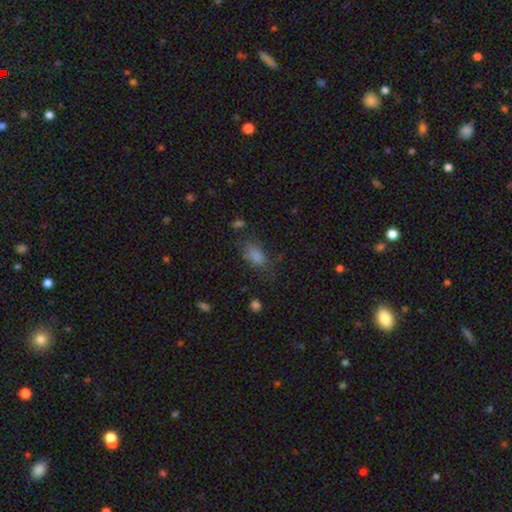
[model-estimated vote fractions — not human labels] A smooth galaxy with no disk features (69%) that is in between round and cigar-shaped (80%). Merging: none (66%).